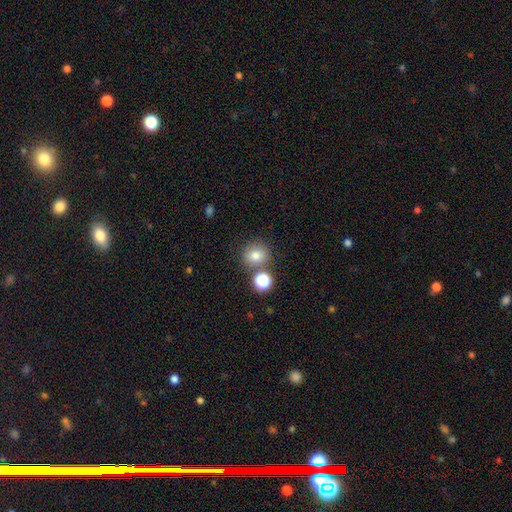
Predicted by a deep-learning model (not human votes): Smooth or featured? smooth (78%)
How rounded? round (87%)
Merging? none (75%)